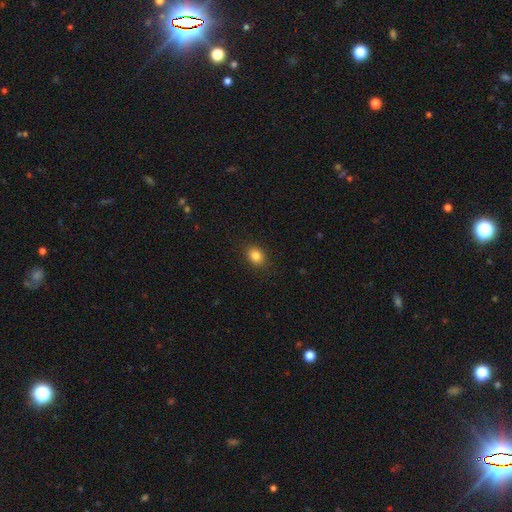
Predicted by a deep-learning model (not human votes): Smooth or featured? Predicted: smooth (p=0.84). How rounded? Predicted: in between (p=0.53). Merging? Predicted: none (p=0.89).